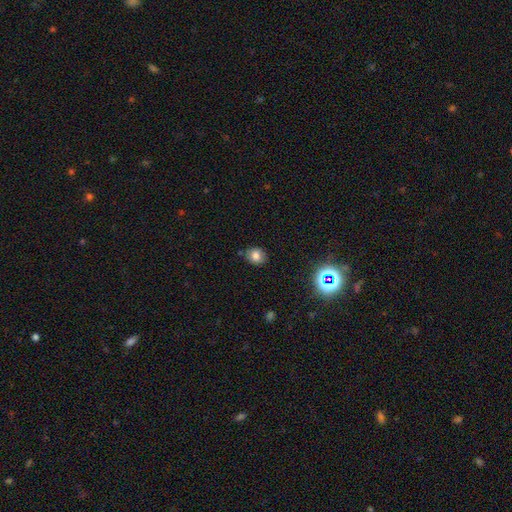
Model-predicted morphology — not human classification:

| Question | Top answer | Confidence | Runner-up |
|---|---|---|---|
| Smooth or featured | smooth | 76% | star or artifact (14%) |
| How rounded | round | 62% | in between (37%) |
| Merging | none | 80% | minor disturbance (14%) |